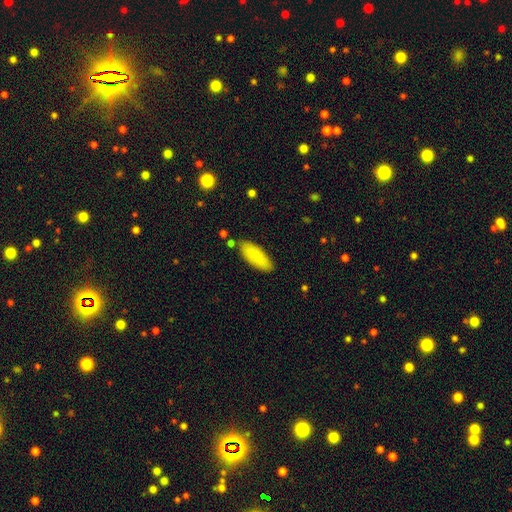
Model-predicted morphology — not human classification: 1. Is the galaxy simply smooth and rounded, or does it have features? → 87% smooth, 7% featured or disk, 6% star or artifact.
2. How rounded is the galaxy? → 74% in between, 24% cigar-shaped, 2% round.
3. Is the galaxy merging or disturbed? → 83% none, 12% minor disturbance, 3% merger, 2% major disturbance.